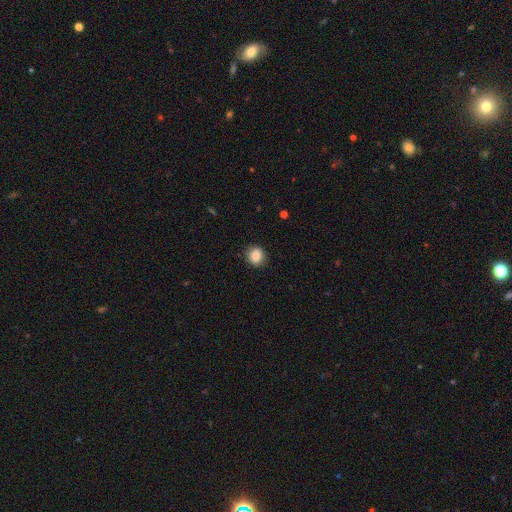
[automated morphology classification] type=smooth (88%); roundness=round (79%); merging=none (87%).